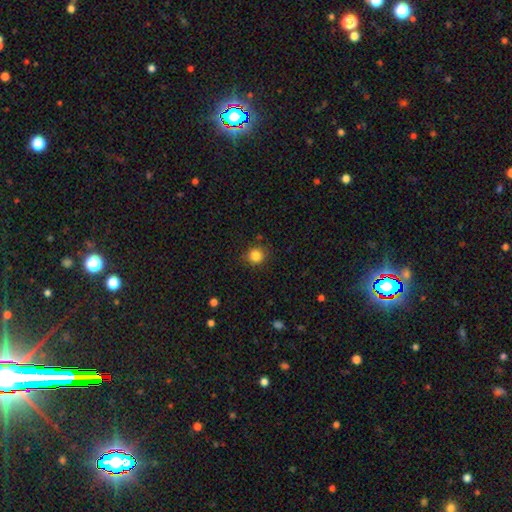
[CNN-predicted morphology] Smooth or featured: smooth — 84% (star or artifact — 11%)
How rounded: round — 87% (in between — 12%)
Merging: none — 85% (minor disturbance — 10%)